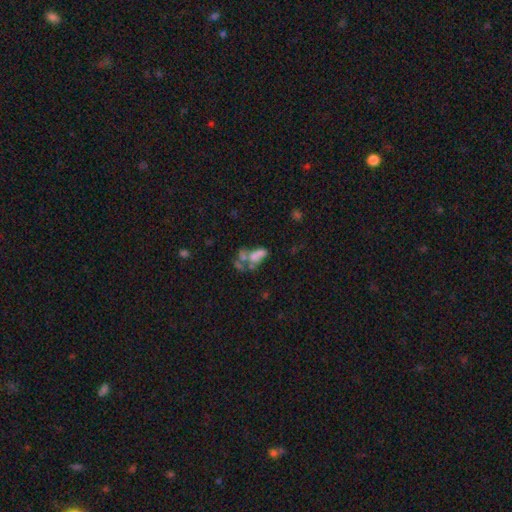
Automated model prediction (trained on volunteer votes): Q: Smooth or featured?
A: smooth (46%); runner-up: featured or disk (38%)
Q: Merging?
A: merger (55%); runner-up: major disturbance (19%)